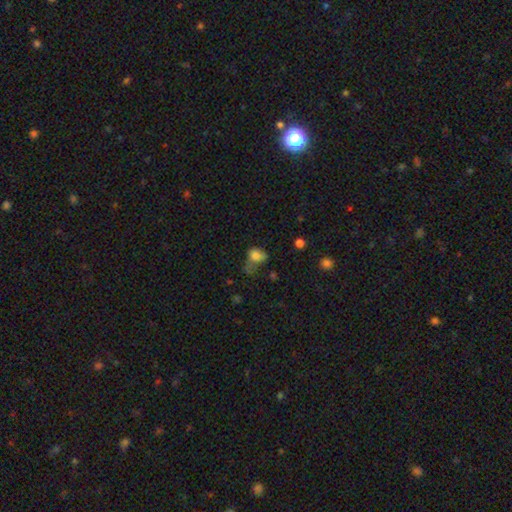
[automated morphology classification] smooth-or-featured: smooth: 71% | featured or disk: 16% | star or artifact: 13%
  how-rounded: in between: 66% | round: 32% | cigar-shaped: 2%
  merging: major disturbance: 43% | minor disturbance: 23% | none: 23% | merger: 11%